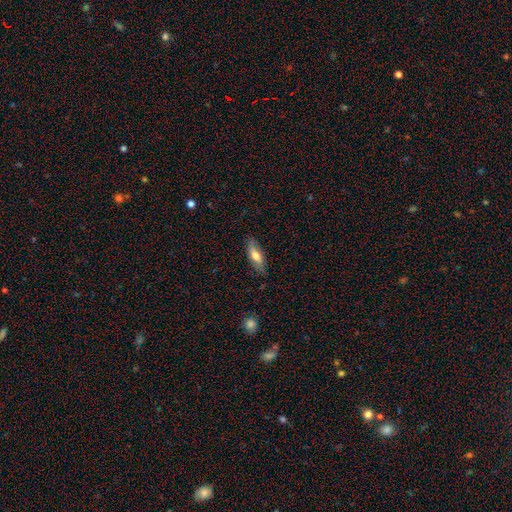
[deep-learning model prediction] smooth-or-featured: smooth: 67% | featured or disk: 26% | star or artifact: 7%
  how-rounded: in between: 61% | cigar-shaped: 37% | round: 2%
  merging: none: 79% | minor disturbance: 16% | major disturbance: 3% | merger: 1%